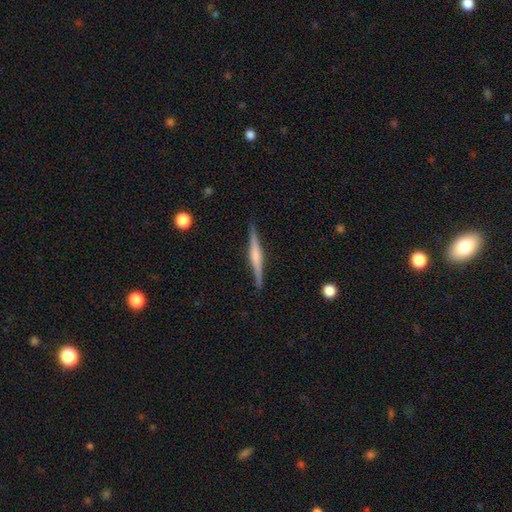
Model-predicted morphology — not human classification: Overall: featured or disk (67%; smooth 28%). Edge-on disk: yes (98%). Edge-on bulge: rounded (52%; boxy 28%). Merging: none (89%).